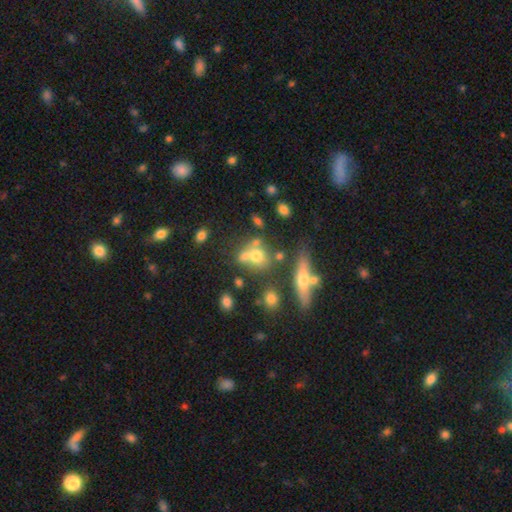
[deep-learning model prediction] Overall: smooth (59%; featured or disk 26%). How rounded: round (55%; in between 39%). Merging: none (40%, tied with merger).